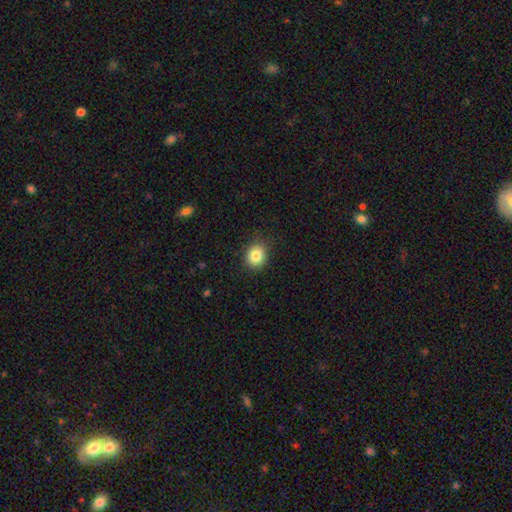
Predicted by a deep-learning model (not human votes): Q: Smooth or featured?
A: smooth (83%); runner-up: star or artifact (10%)
Q: How rounded?
A: round (68%); runner-up: in between (31%)
Q: Merging?
A: none (85%); runner-up: minor disturbance (11%)